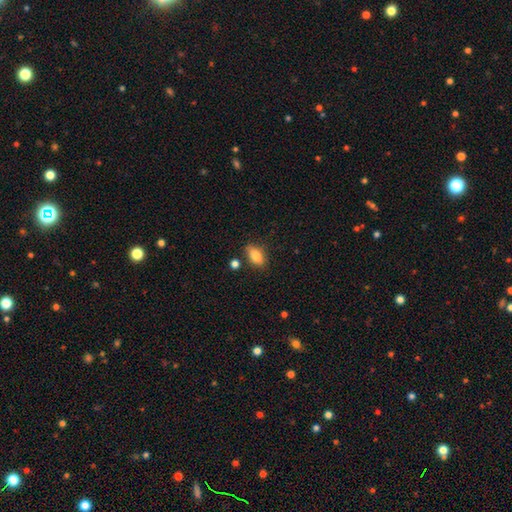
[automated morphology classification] A smooth galaxy with no disk features (82%) that is in between round and cigar-shaped (87%). Merging: none (76%).